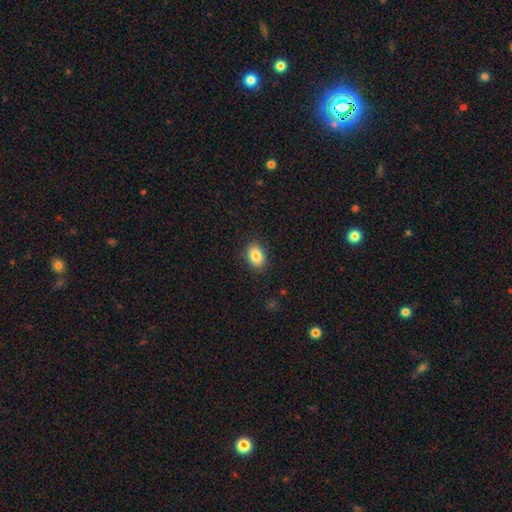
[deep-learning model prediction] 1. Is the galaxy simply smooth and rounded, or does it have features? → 85% smooth, 8% star or artifact, 7% featured or disk.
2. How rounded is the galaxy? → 77% in between, 22% round, 1% cigar-shaped.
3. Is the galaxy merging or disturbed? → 88% none, 9% minor disturbance, 2% major disturbance, 1% merger.